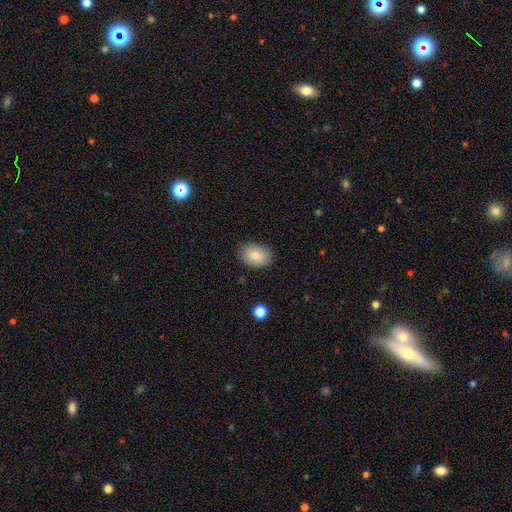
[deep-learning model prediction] Smooth or featured?
  - smooth: 84% *
  - featured or disk: 9%
  - star or artifact: 7%
How rounded?
  - in between: 82% *
  - round: 17%
  - cigar-shaped: 1%
Merging?
  - none: 85% *
  - minor disturbance: 11%
  - major disturbance: 2%
  - merger: 1%